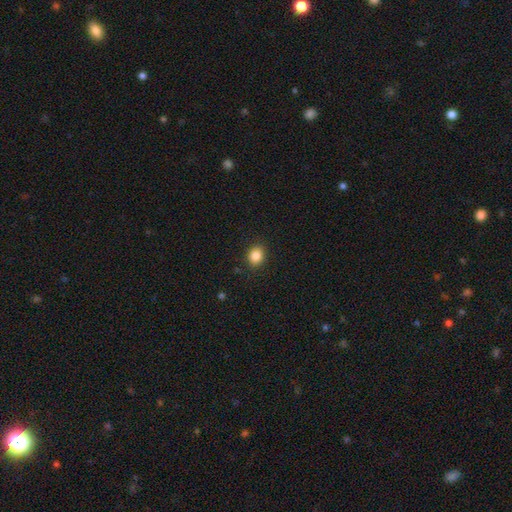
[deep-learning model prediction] Smooth or featured?
  - smooth: 86% *
  - star or artifact: 10%
  - featured or disk: 4%
How rounded?
  - round: 60% *
  - in between: 39%
  - cigar-shaped: 1%
Merging?
  - none: 89% *
  - minor disturbance: 7%
  - major disturbance: 2%
  - merger: 1%